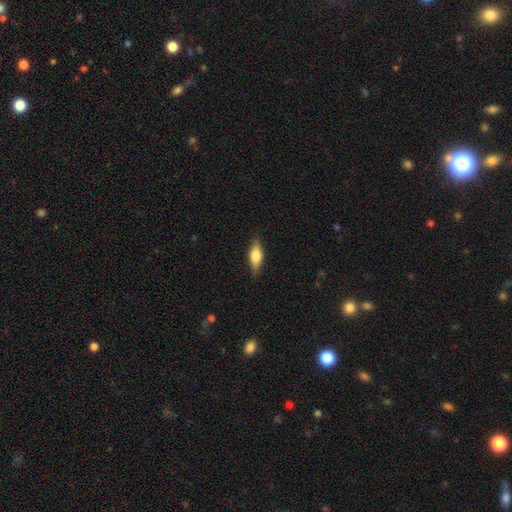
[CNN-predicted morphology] smooth_or_featured: smooth (p=0.67) [alt: featured or disk p=0.26]
how_rounded: in between (p=0.68) [alt: cigar-shaped p=0.29]
merging: none (p=0.83) [alt: minor disturbance p=0.13]